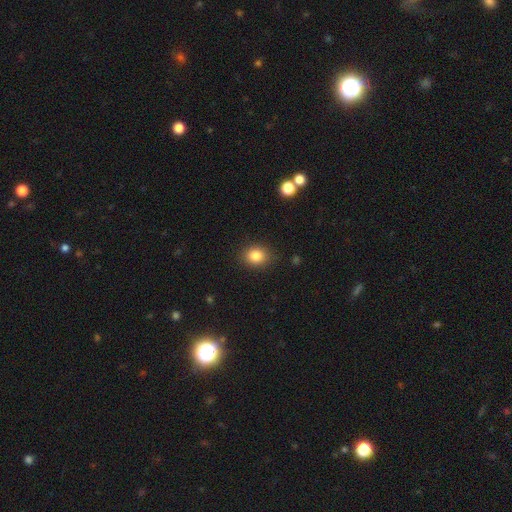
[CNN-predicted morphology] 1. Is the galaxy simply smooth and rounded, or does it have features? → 84% smooth, 10% star or artifact, 6% featured or disk.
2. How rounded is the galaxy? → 58% round, 41% in between, 1% cigar-shaped.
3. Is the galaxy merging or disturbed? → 86% none, 10% minor disturbance, 3% major disturbance, 1% merger.